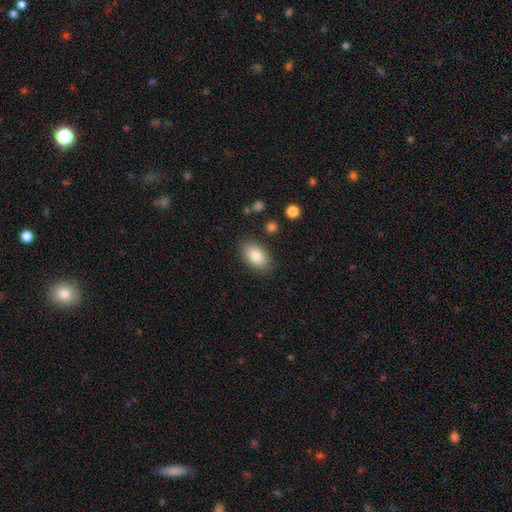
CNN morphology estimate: Overall: smooth (84%). How rounded: in between (92%). Merging: none (85%).